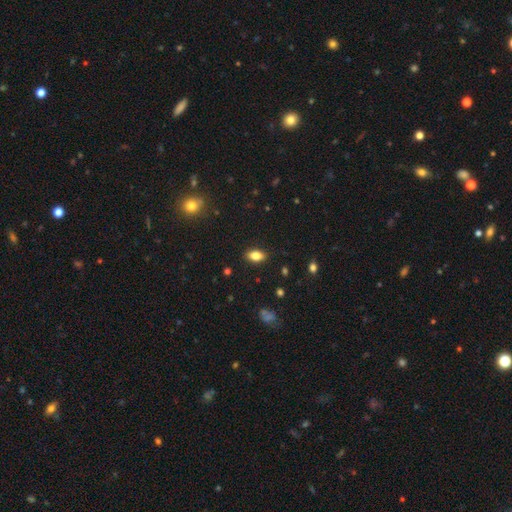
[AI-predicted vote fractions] A smooth galaxy with no disk features (81%) that is in between round and cigar-shaped (88%).

Vote fractions:
- Smooth or featured? smooth: 81% / featured or disk: 10% / star or artifact: 9%
- How rounded? in between: 88% / round: 6% / cigar-shaped: 5%
- Merging? none: 87% / minor disturbance: 9% / major disturbance: 2% / merger: 1%